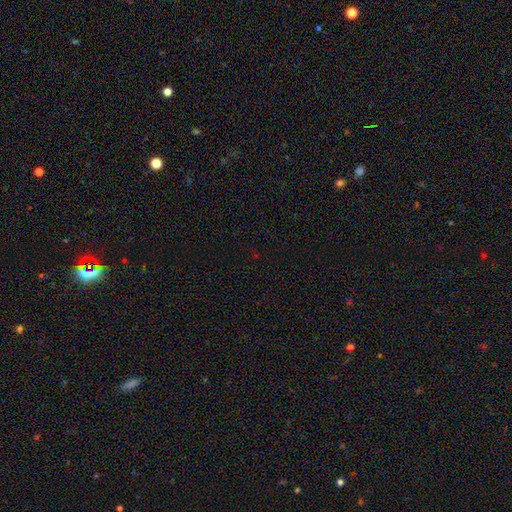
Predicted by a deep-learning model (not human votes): The model was most divided on "smooth or featured": star or artifact: 67%, smooth: 26%, featured or disk: 7%.